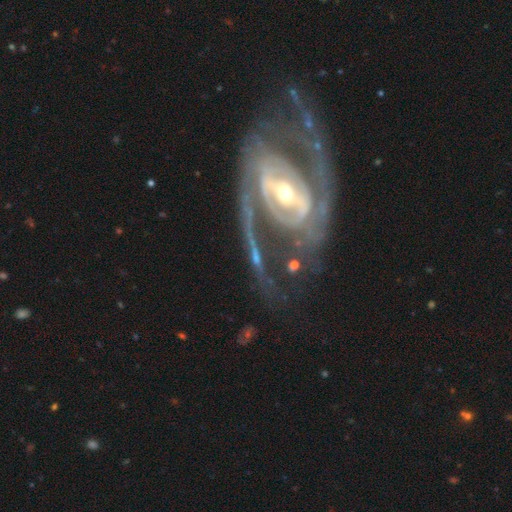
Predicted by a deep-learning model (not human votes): This appears to be a featured or disk galaxy (85%) with a strong bar (48%), 2 (57%) tight (44%) spiral arms (82%) and a moderate central bulge (52%). Merging: none (48%).